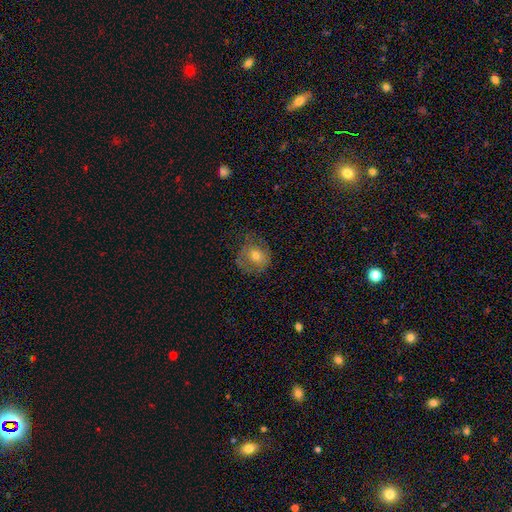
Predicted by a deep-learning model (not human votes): smooth-or-featured: smooth: 58% | featured or disk: 32% | star or artifact: 10%
  how-rounded: round: 76% | in between: 23% | cigar-shaped: 1%
  merging: none: 62% | minor disturbance: 23% | major disturbance: 14% | merger: 1%